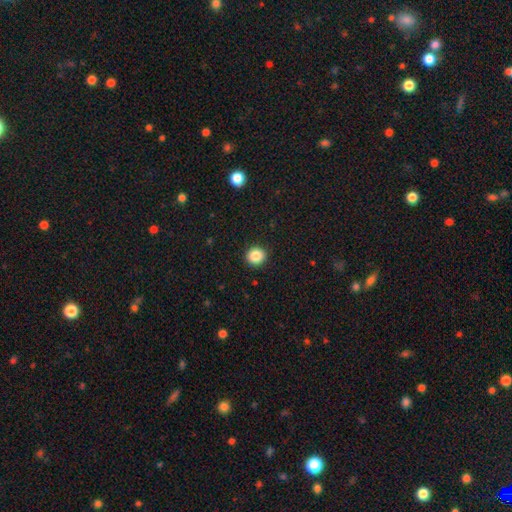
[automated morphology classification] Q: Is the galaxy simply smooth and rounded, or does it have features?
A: smooth — 86%.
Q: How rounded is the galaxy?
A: round — 90%.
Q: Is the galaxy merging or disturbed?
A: none — 92%.